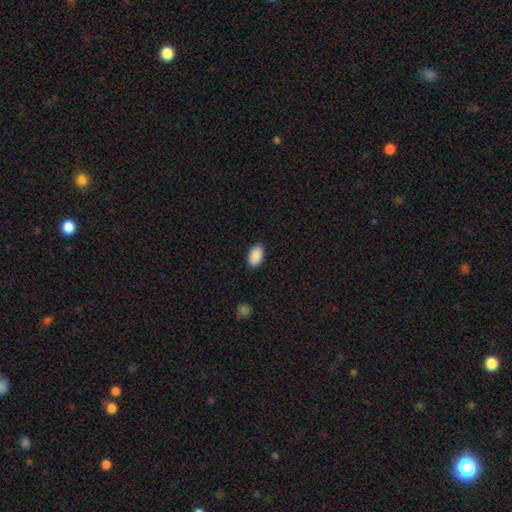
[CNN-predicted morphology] type=smooth (91%); roundness=in between (94%); merging=none (88%).